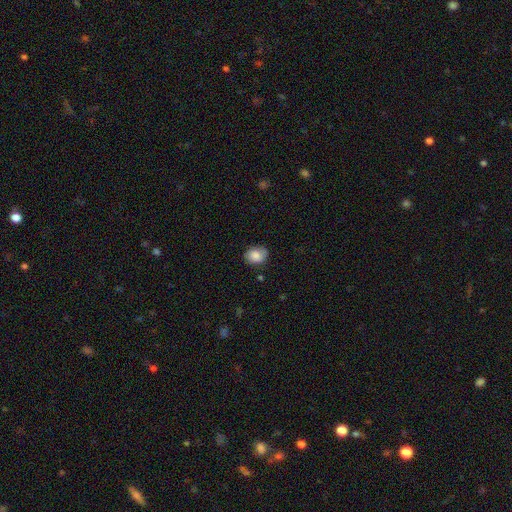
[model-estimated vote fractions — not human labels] This is clearly a smooth galaxy (83%). How rounded: possibly round (50%). Merging: likely none (77%).